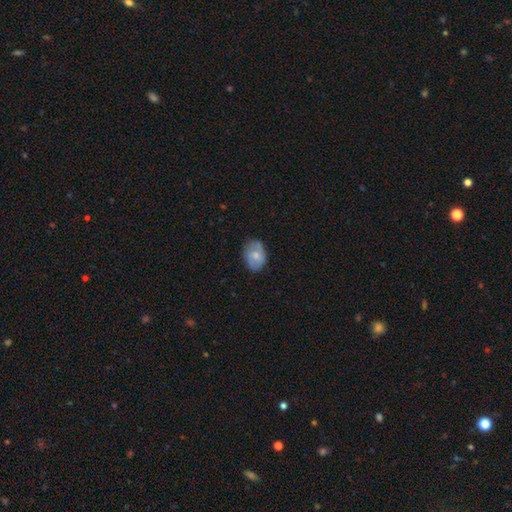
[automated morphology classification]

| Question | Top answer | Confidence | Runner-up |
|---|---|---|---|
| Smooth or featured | smooth | 61% | featured or disk (33%) |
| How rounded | in between | 73% | round (26%) |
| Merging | none | 71% | minor disturbance (23%) |